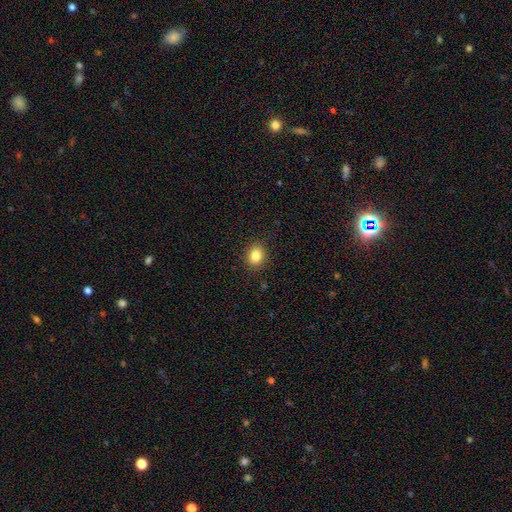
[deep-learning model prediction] Smooth or featured? Predicted: smooth (p=0.84). How rounded? Predicted: round (p=0.56). Merging? Predicted: none (p=0.90).